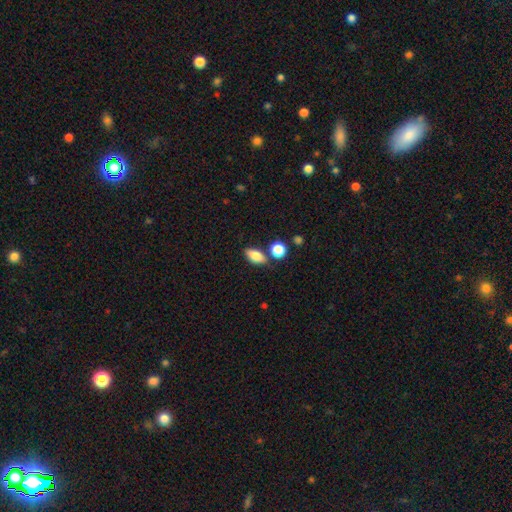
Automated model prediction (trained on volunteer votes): Smooth or featured: smooth — 82% (featured or disk — 10%)
How rounded: in between — 85% (round — 8%)
Merging: none — 75% (minor disturbance — 12%)